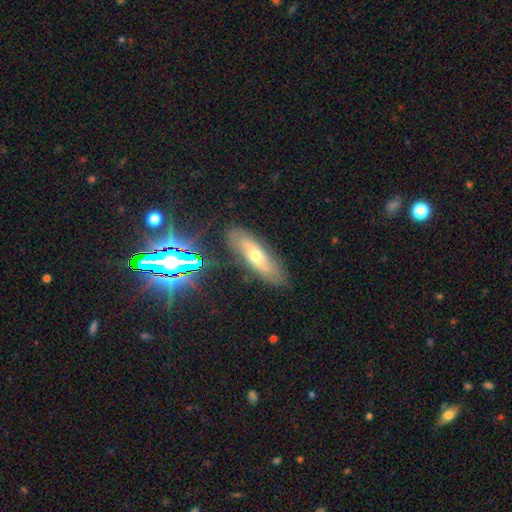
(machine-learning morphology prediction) Smooth or featured?
  - featured or disk: 45% *
  - smooth: 41%
  - star or artifact: 14%
Merging?
  - none: 80% *
  - minor disturbance: 14%
  - major disturbance: 4%
  - merger: 2%